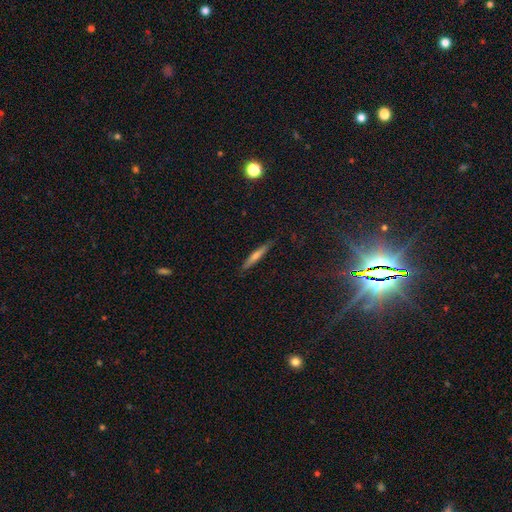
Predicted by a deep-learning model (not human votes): smooth-or-featured: smooth: 47% | featured or disk: 44% | star or artifact: 9%
  merging: none: 88% | minor disturbance: 9% | major disturbance: 2% | merger: 1%